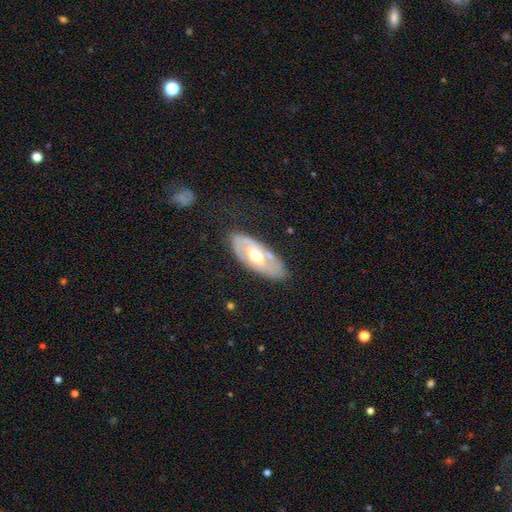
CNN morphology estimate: A featured or disk galaxy (63%) with no bar (66%), no spiral arms (64%) and a moderate central bulge (67%). Merging: none (76%).